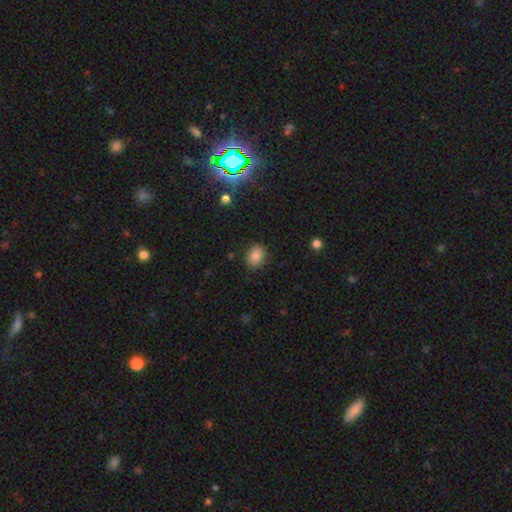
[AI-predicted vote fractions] Smooth or featured?
  - smooth: 84% *
  - star or artifact: 11%
  - featured or disk: 6%
How rounded?
  - round: 58% *
  - in between: 41%
  - cigar-shaped: 1%
Merging?
  - none: 88% *
  - minor disturbance: 8%
  - major disturbance: 2%
  - merger: 1%